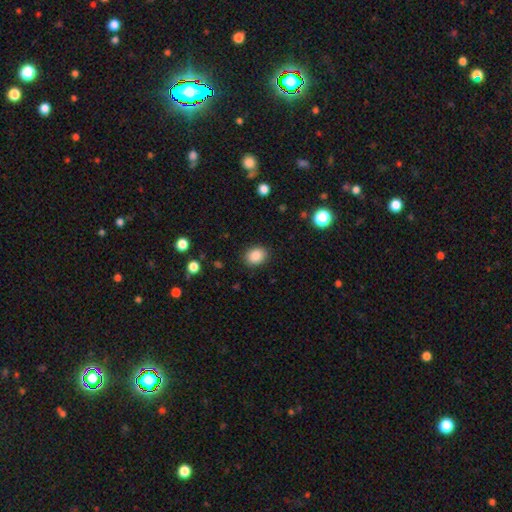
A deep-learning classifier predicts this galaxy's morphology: This appears to be a smooth galaxy with no disk features (87%) that is in between round and cigar-shaped (58%). Merging: none (88%).